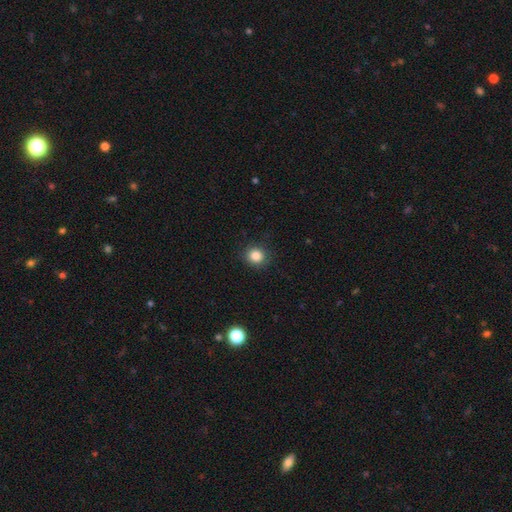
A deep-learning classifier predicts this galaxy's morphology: Smooth or featured? Predicted: smooth (p=0.85). How rounded? Predicted: round (p=0.88). Merging? Predicted: none (p=0.87).